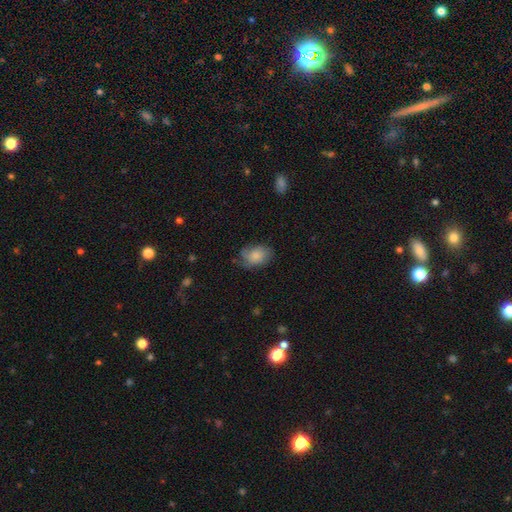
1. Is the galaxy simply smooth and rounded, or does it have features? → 82% smooth, 10% star or artifact, 8% featured or disk.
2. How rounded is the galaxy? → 76% in between, 21% round, 3% cigar-shaped.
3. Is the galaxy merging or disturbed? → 72% none, 22% minor disturbance, 3% major disturbance, 3% merger.